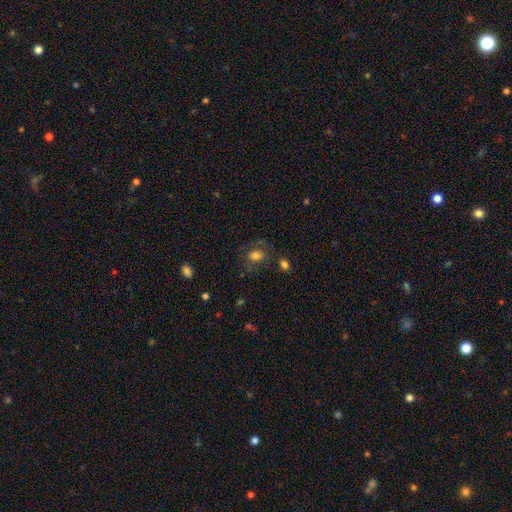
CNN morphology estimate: The model was most divided on "how rounded": in between: 62%, round: 37%, cigar-shaped: 1%. More confident: smooth or featured — smooth (73%); merging — none (65%).